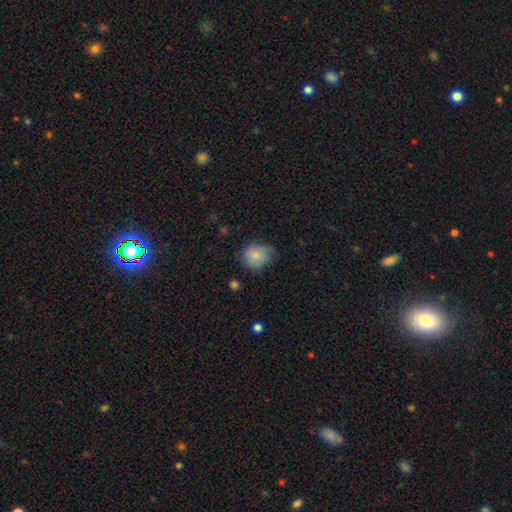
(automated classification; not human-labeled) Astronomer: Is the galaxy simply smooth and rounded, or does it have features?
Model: smooth — 80%.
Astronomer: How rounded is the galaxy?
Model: round — 70%.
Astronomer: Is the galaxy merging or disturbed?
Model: none — 63%.